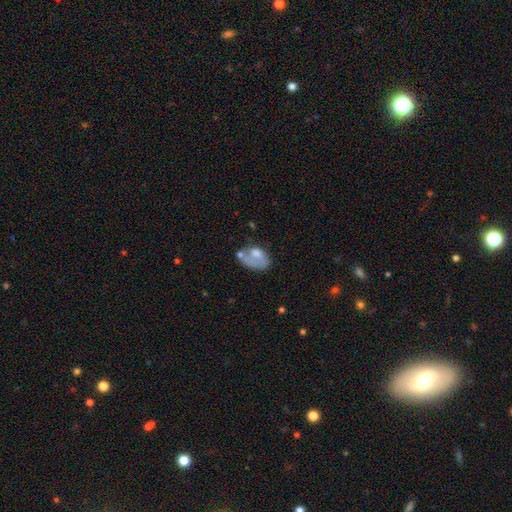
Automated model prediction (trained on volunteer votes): A smooth galaxy with no disk features (55%) that is in between round and cigar-shaped (83%). Merging: major disturbance (32%).